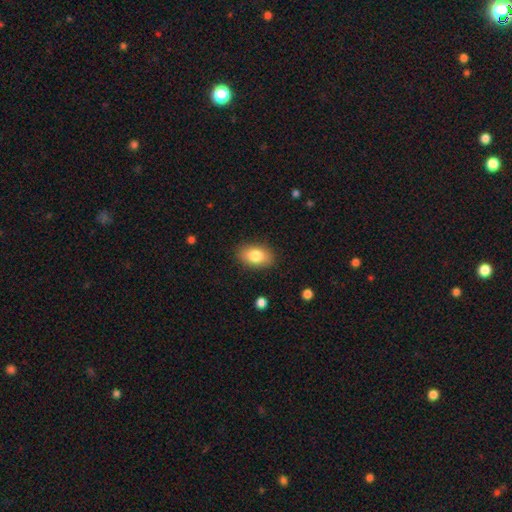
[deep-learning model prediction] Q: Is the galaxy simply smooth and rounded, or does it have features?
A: smooth — 82%.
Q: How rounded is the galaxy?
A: in between — 90%.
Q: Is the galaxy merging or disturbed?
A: none — 87%.